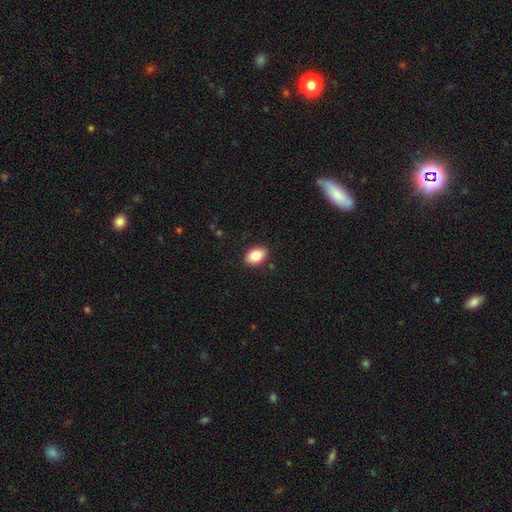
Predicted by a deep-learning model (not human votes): The model was most divided on "how rounded": in between: 88%, round: 11%, cigar-shaped: 1%. More confident: merging — none (89%); smooth or featured — smooth (85%).